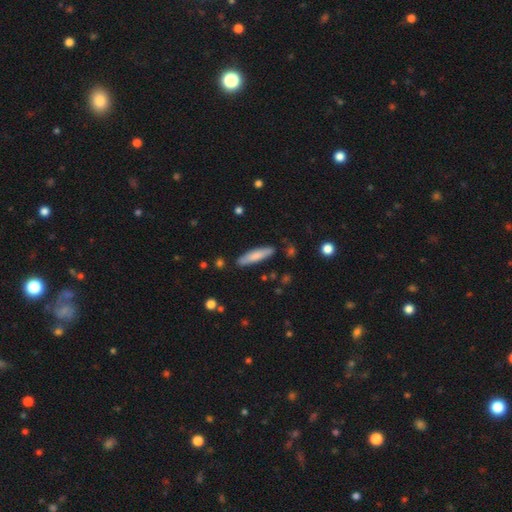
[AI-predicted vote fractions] The model was most divided on "smooth or featured": smooth: 76%, featured or disk: 19%, star or artifact: 6%. More confident: merging — none (86%); how rounded — cigar-shaped (81%).